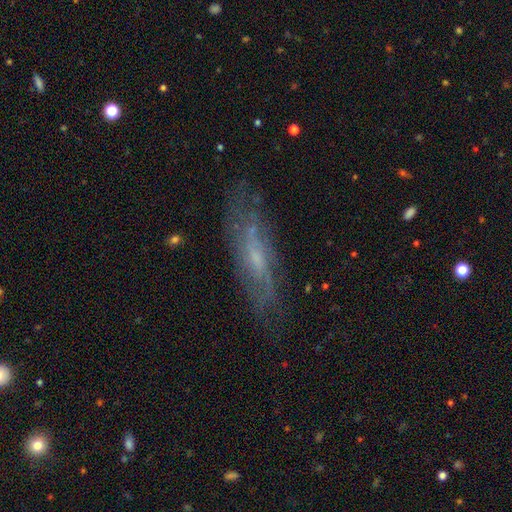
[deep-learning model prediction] Smooth or featured? Predicted: featured or disk (p=0.63). Edge-on disk? Predicted: no (p=0.66). Merging? Predicted: none (p=0.74).